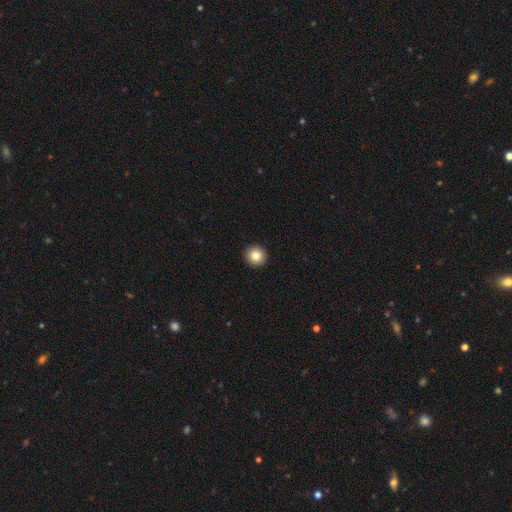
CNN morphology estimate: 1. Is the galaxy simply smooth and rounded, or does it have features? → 82% smooth, 10% star or artifact, 8% featured or disk.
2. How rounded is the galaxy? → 95% round, 4% in between, 1% cigar-shaped.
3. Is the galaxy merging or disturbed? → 94% none, 4% minor disturbance, 1% major disturbance, 1% merger.